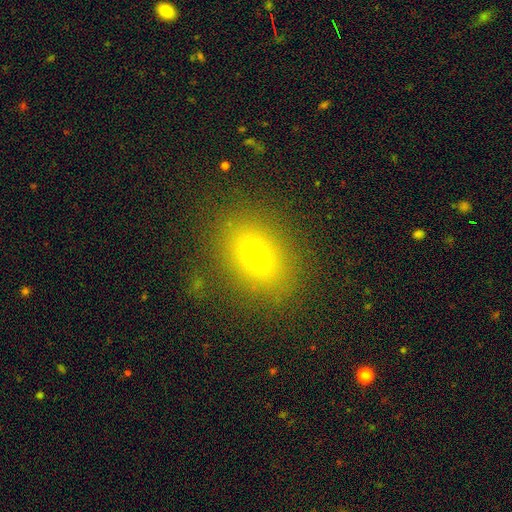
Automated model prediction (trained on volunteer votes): The model was most divided on "how rounded": in between: 66%, round: 31%, cigar-shaped: 3%. More confident: merging — none (85%); smooth or featured — smooth (66%).